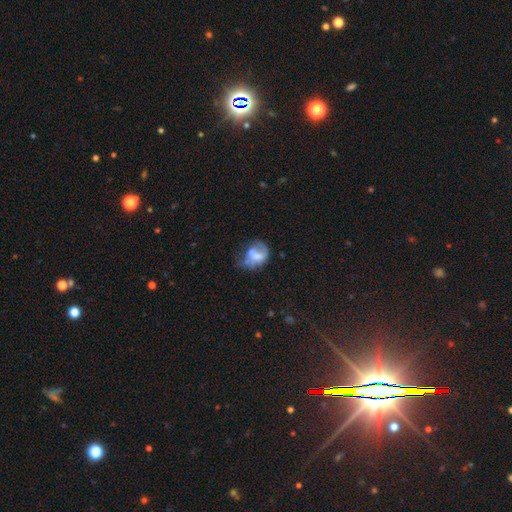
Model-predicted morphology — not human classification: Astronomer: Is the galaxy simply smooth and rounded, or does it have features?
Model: smooth — 50% (runner-up: featured or disk, 40%).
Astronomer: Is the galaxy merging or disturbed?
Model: major disturbance — 29%, tied with none at 29%.